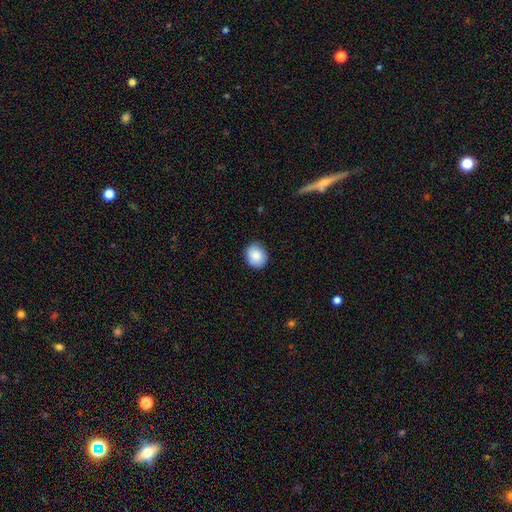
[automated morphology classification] This is clearly a smooth galaxy (87%). How rounded: likely round (64%). Merging: clearly none (85%).